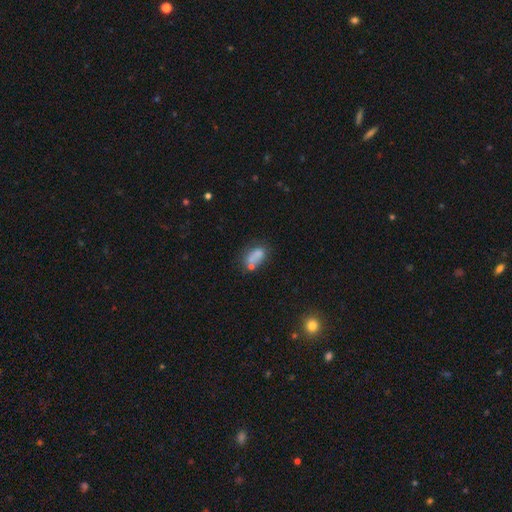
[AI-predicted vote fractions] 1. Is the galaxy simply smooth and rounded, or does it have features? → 71% smooth, 17% featured or disk, 12% star or artifact.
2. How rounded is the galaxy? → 85% in between, 11% round, 4% cigar-shaped.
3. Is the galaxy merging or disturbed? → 42% none, 23% merger, 22% minor disturbance, 13% major disturbance.